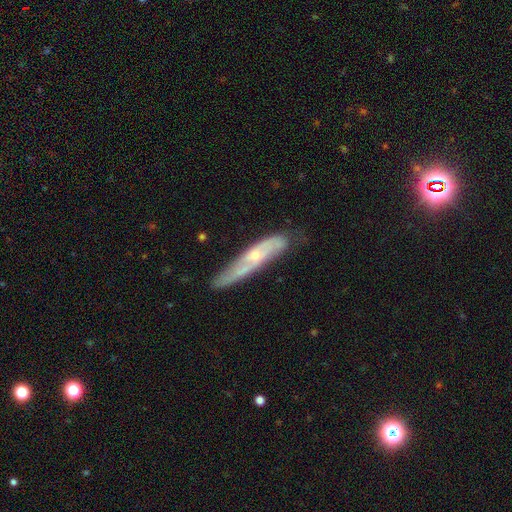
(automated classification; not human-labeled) Smooth or featured?
  - featured or disk: 68% *
  - smooth: 25%
  - star or artifact: 6%
Edge-on disk?
  - no: 56% *
  - yes: 44%
Merging?
  - none: 61% *
  - minor disturbance: 28%
  - major disturbance: 8%
  - merger: 3%